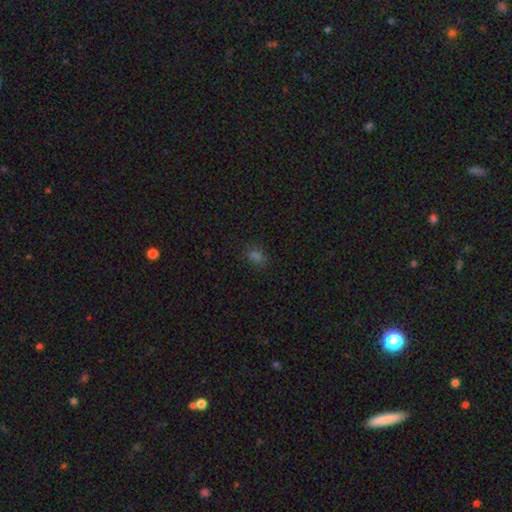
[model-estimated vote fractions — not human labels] Overall: smooth (67%; star or artifact 28%). How rounded: in between (67%; round 30%). Merging: none (79%).